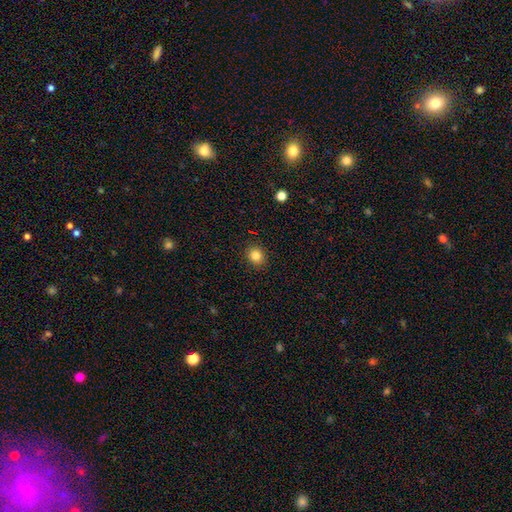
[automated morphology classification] Smooth or featured? smooth (84%)
How rounded? round (75%)
Merging? none (90%)